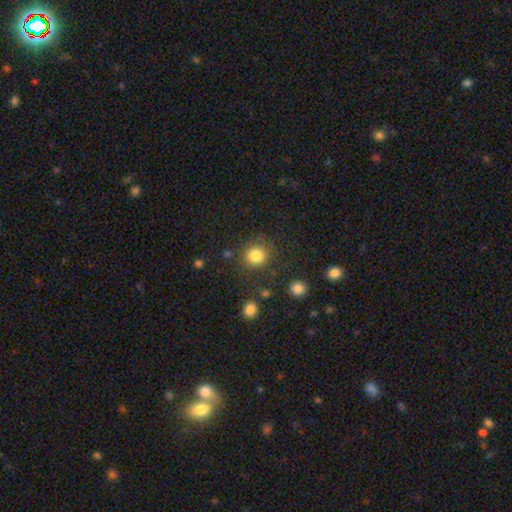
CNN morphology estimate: A smooth galaxy with no disk features (83%) that is round (88%). Merging: none (79%).